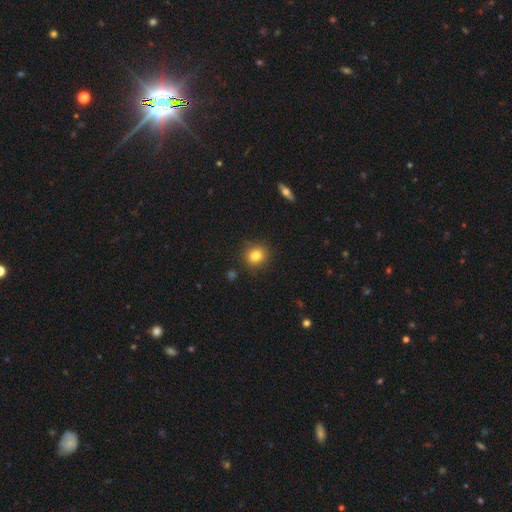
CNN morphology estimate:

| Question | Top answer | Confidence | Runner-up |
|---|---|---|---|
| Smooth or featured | smooth | 82% | star or artifact (11%) |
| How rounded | round | 83% | in between (16%) |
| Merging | none | 87% | minor disturbance (9%) |